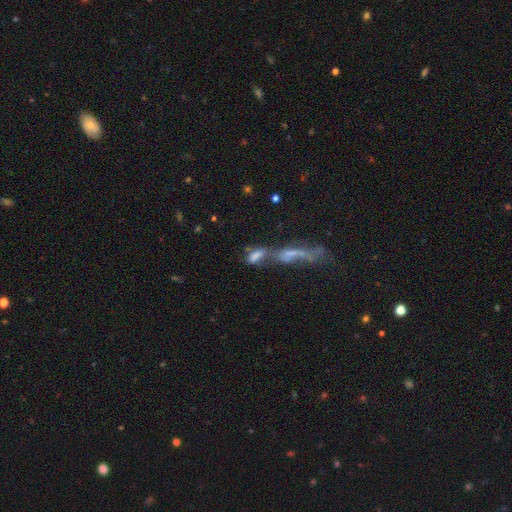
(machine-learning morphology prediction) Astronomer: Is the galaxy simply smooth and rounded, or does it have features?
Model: smooth — 55% (runner-up: featured or disk, 31%).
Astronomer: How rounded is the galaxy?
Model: in between — 59% (runner-up: cigar-shaped, 36%).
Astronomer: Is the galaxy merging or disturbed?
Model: merger — 73%.